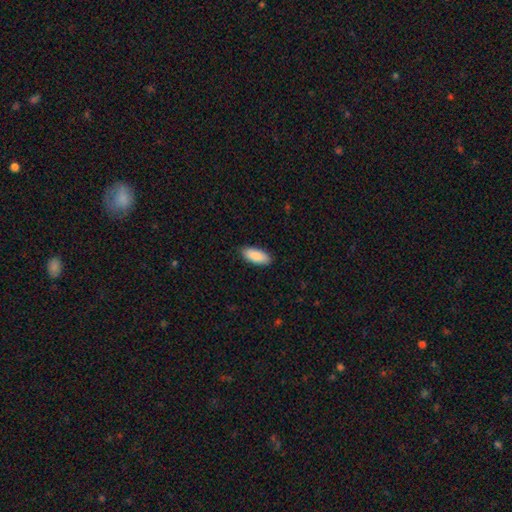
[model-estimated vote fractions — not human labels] Smooth or featured? Predicted: smooth (p=0.90). How rounded? Predicted: in between (p=0.86). Merging? Predicted: none (p=0.88).